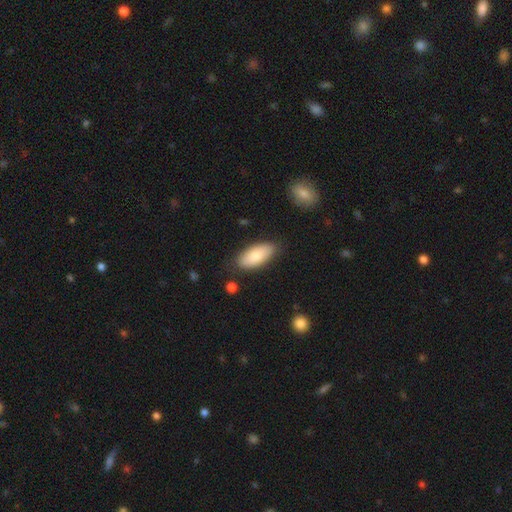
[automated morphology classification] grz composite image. It shows a smooth galaxy with no disk features (80%) that is in between round and cigar-shaped (88%). Merging: none (81%).